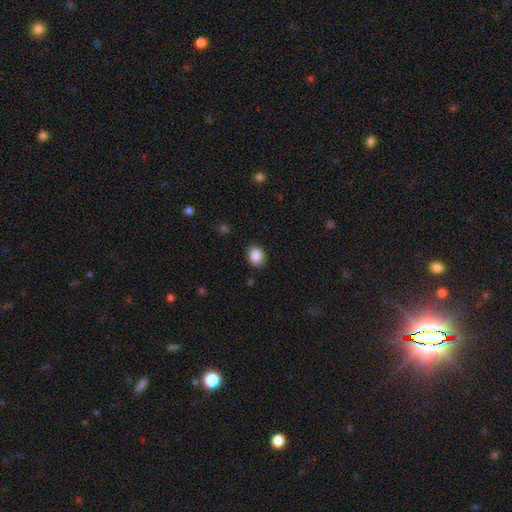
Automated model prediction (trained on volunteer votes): Smooth or featured?
  - smooth: 88% *
  - star or artifact: 8%
  - featured or disk: 3%
How rounded?
  - in between: 54% *
  - round: 45%
  - cigar-shaped: 1%
Merging?
  - none: 86% *
  - minor disturbance: 10%
  - major disturbance: 3%
  - merger: 1%